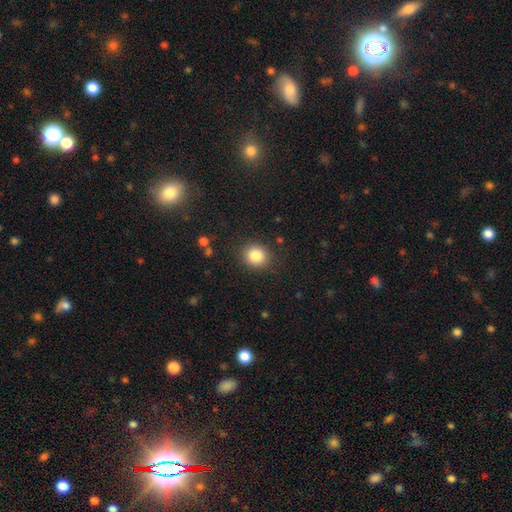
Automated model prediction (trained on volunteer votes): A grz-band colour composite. It shows a smooth galaxy with no disk features (84%) that is round (76%). Merging: none (87%).